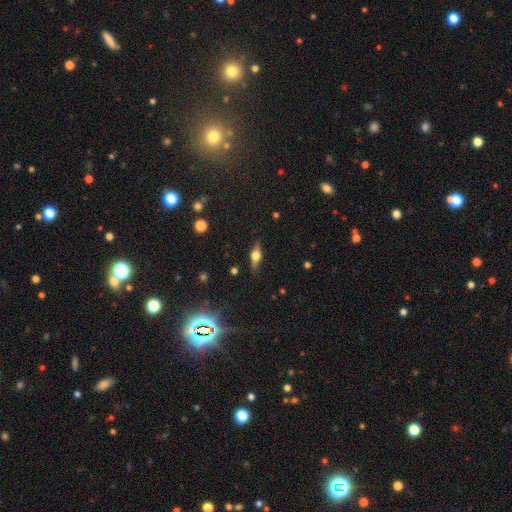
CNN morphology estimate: This appears to be a featured or disk galaxy (58%) viewed edge-on (93%) with a rounded central bulge (92%). Merging: none (83%).